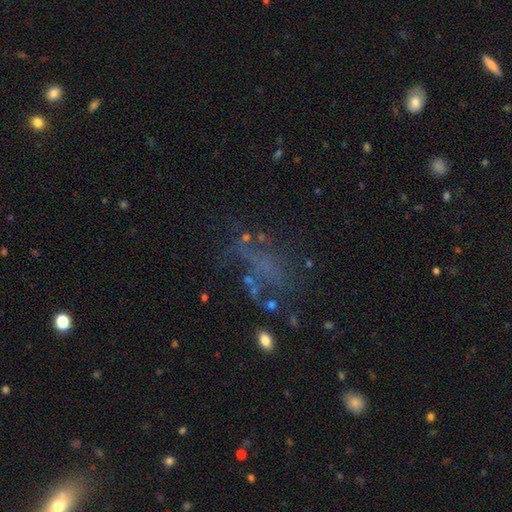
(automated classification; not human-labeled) Smooth or featured: featured or disk — 43% (star or artifact — 34%)
Merging: none — 48% (major disturbance — 28%)